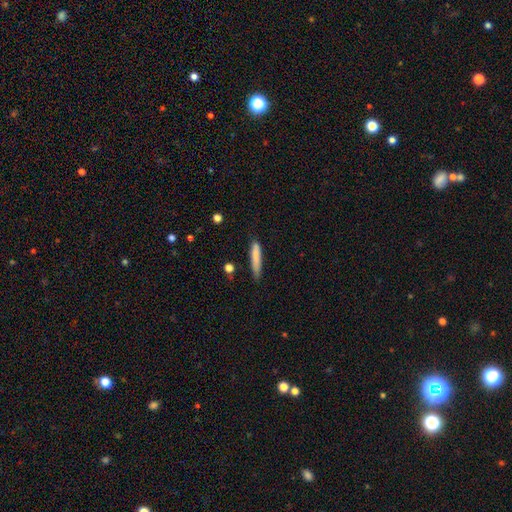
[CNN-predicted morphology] The model was most divided on "merging": none: 71%, minor disturbance: 22%, major disturbance: 4%, merger: 2%. More confident: how rounded — cigar-shaped (90%); smooth or featured — smooth (81%).